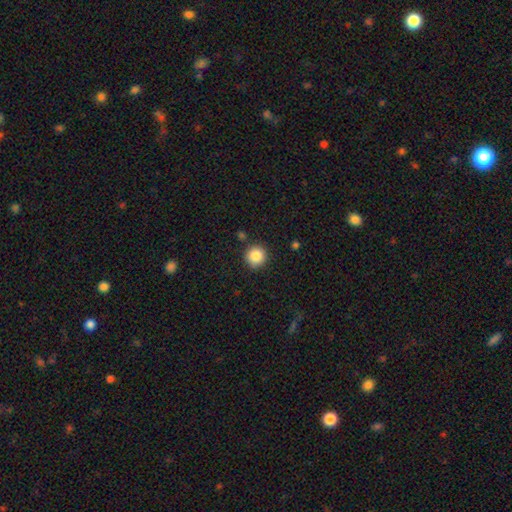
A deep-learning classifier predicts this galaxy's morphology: This is clearly a smooth galaxy (86%). How rounded: clearly round (94%). Merging: clearly none (89%).